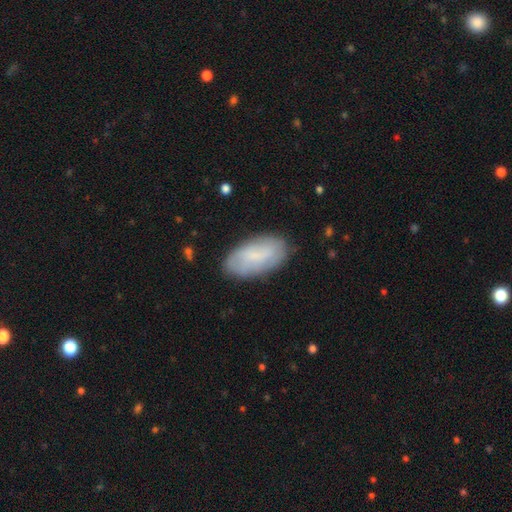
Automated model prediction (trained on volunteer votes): A smooth galaxy with no disk features (64%) that is in between round and cigar-shaped (93%).

Vote fractions:
- Smooth or featured? smooth: 64% / featured or disk: 29% / star or artifact: 7%
- How rounded? in between: 93% / cigar-shaped: 5% / round: 2%
- Merging? none: 80% / minor disturbance: 15% / major disturbance: 4% / merger: 1%